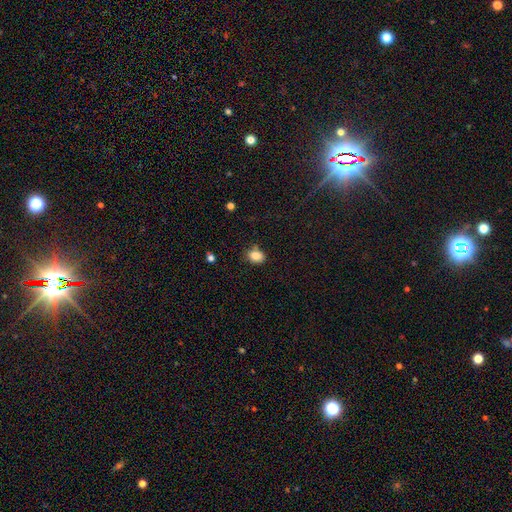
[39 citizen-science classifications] Morphology: type=smooth (90%); roundness=in between (60%); merging=none (72%).